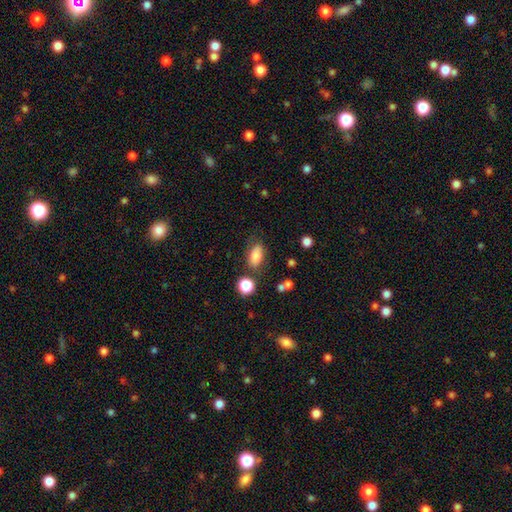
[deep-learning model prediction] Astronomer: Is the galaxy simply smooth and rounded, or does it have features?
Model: smooth — 83%.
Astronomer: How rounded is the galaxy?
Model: in between — 86%.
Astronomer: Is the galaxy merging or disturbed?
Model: none — 73%.